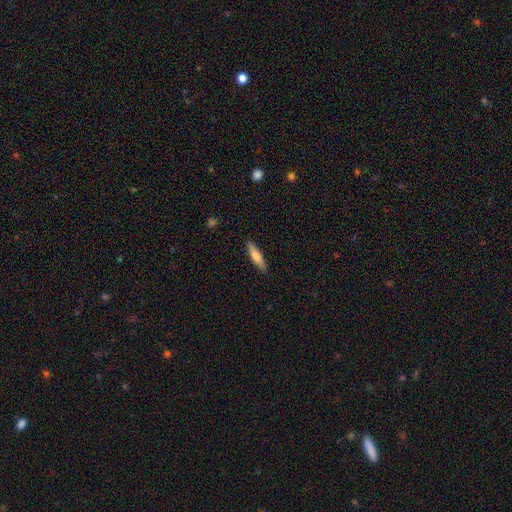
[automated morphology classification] Overall: smooth (65%; featured or disk 29%). How rounded: cigar-shaped (79%). Merging: none (88%).